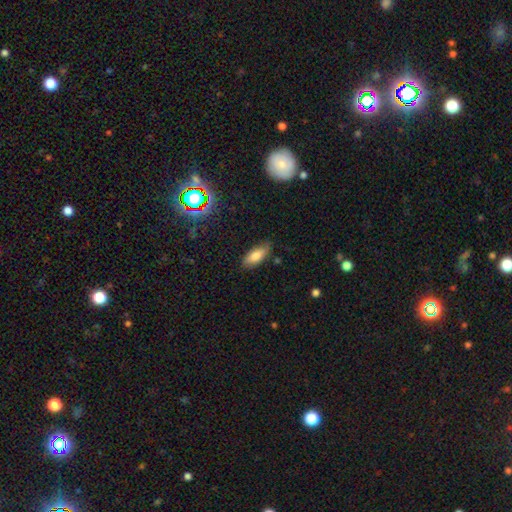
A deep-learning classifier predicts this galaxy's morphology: This appears to be a smooth galaxy with no disk features (79%) that is in between round and cigar-shaped (79%). Merging: none (77%).